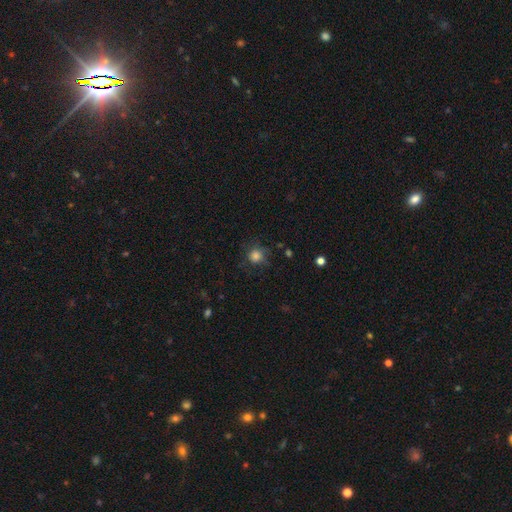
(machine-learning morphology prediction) smooth_or_featured: smooth (p=0.78) [alt: star or artifact p=0.12]
how_rounded: round (p=0.89) [alt: in between p=0.10]
merging: none (p=0.68) [alt: minor disturbance p=0.19]